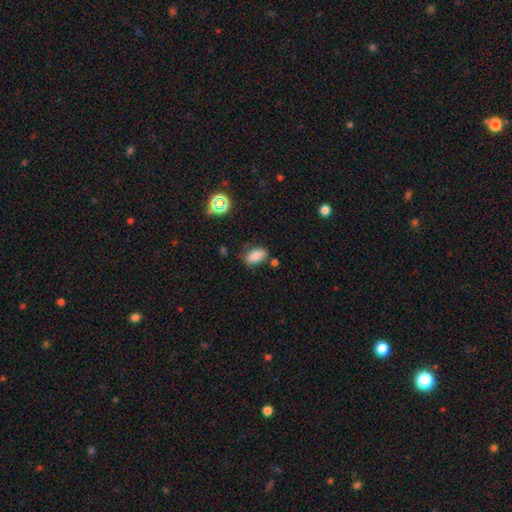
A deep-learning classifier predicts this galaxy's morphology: A smooth galaxy with no disk features (78%) that is in between round and cigar-shaped (90%). Merging: none (67%).